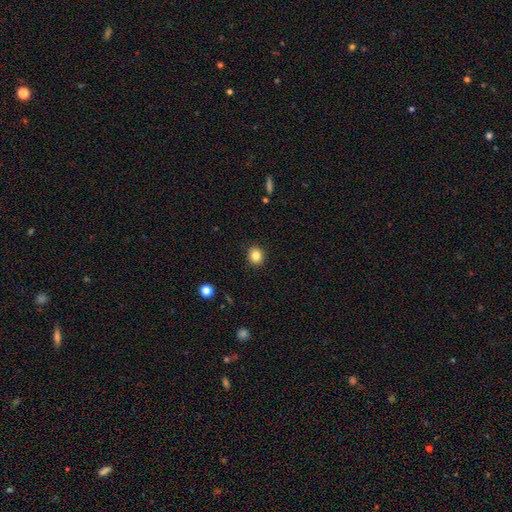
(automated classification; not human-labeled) A smooth galaxy with no disk features (85%) that is round (72%).

Vote fractions:
- Smooth or featured? smooth: 85% / star or artifact: 10% / featured or disk: 5%
- How rounded? round: 72% / in between: 27% / cigar-shaped: 1%
- Merging? none: 89% / minor disturbance: 8% / major disturbance: 2% / merger: 1%